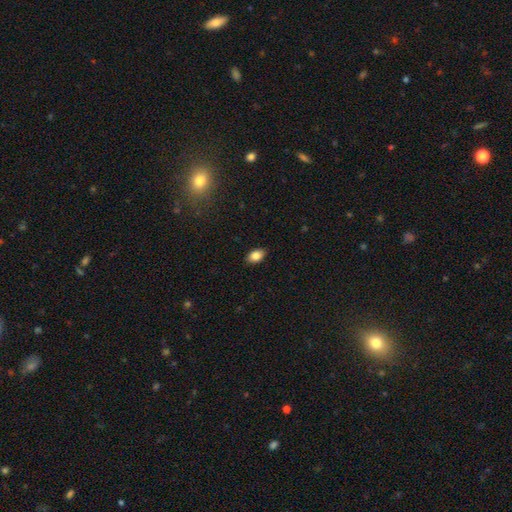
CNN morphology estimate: Smooth or featured? smooth (85%)
How rounded? in between (88%)
Merging? none (88%)